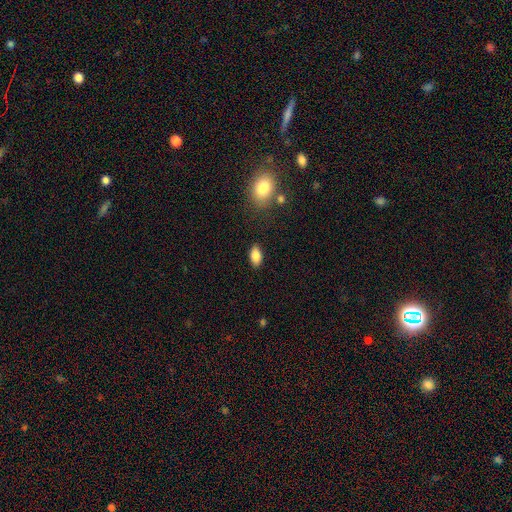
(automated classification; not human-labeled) smooth 85%, star or artifact 8%, featured or disk 7%. Down the decision tree: how rounded — in between (91%); merging — none (86%).